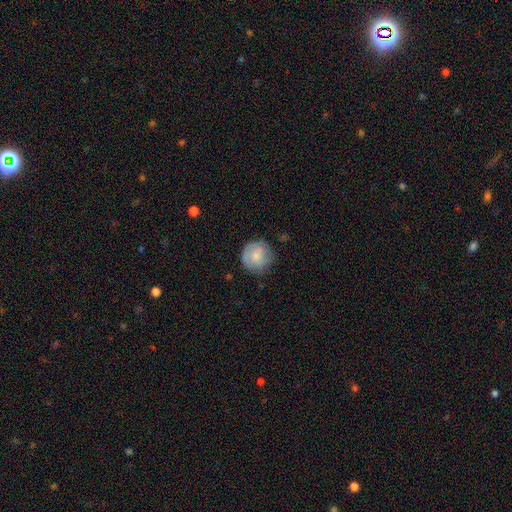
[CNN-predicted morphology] Overall: smooth (75%). How rounded: round (93%). Merging: none (74%).